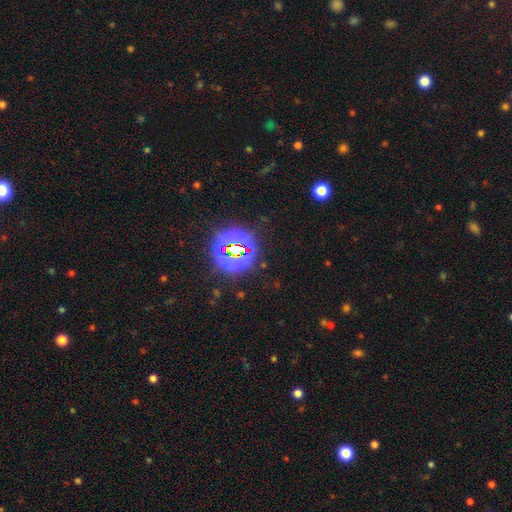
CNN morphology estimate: type=star or artifact (81%).